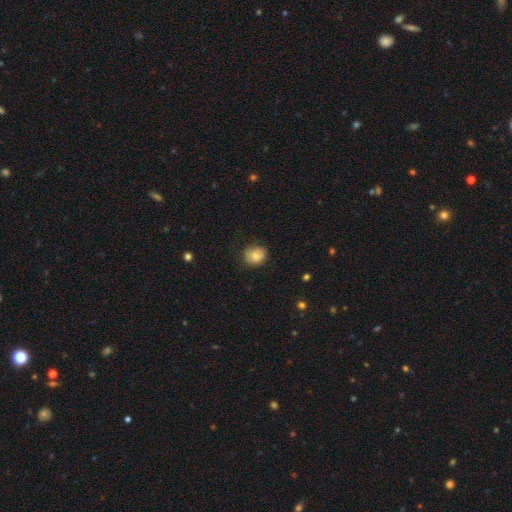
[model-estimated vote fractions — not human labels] A smooth galaxy with no disk features (80%) that is round (65%). Merging: none (73%).